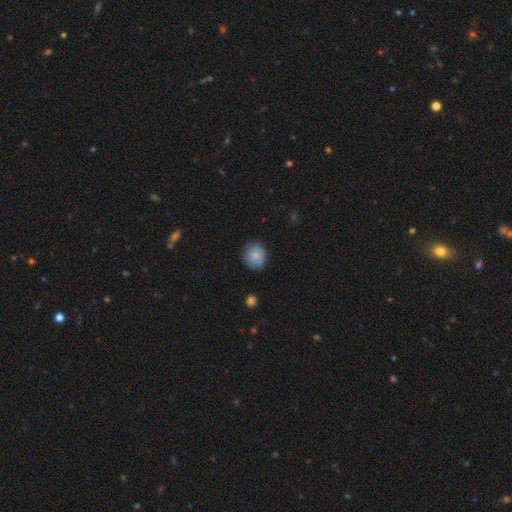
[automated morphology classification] A smooth galaxy with no disk features (85%) that is round (77%). Merging: none (79%).